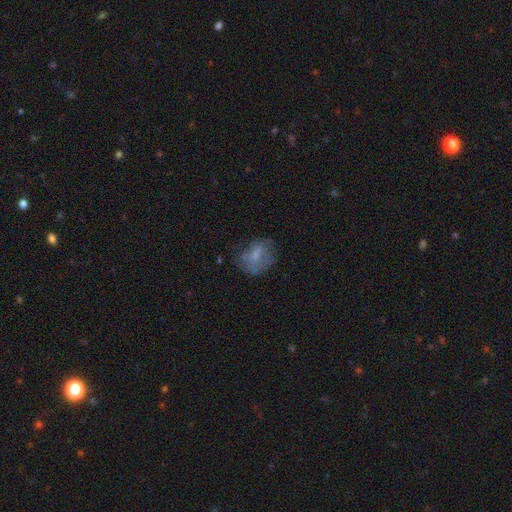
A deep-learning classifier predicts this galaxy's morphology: Smooth or featured: smooth — 58% (featured or disk — 31%)
How rounded: in between — 55% (round — 43%)
Merging: none — 54% (minor disturbance — 24%)